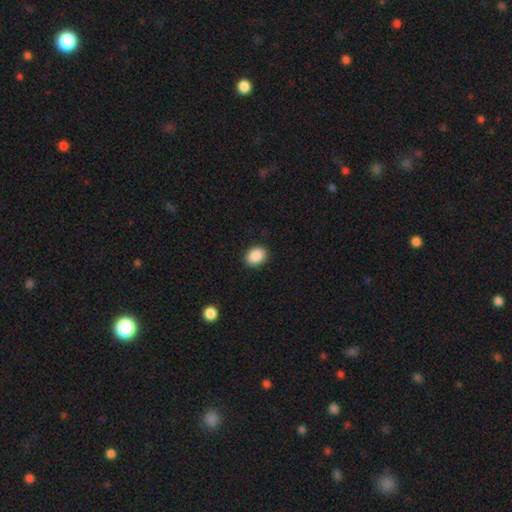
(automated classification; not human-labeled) Overall: smooth (89%). How rounded: in between (61%; round 38%). Merging: none (90%).